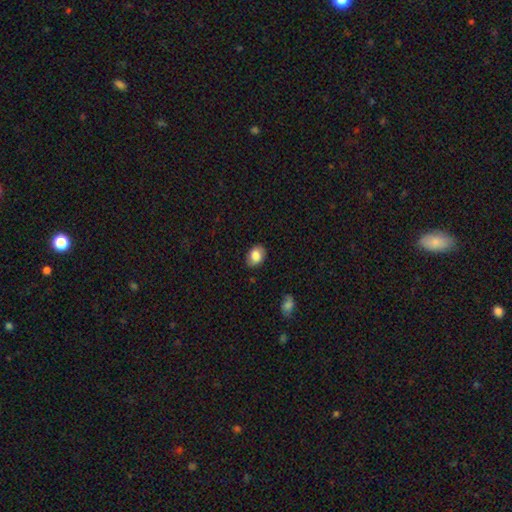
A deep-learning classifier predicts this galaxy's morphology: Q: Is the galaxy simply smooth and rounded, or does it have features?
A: smooth — 82%.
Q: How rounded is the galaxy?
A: in between — 75%.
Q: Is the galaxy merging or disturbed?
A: none — 82%.